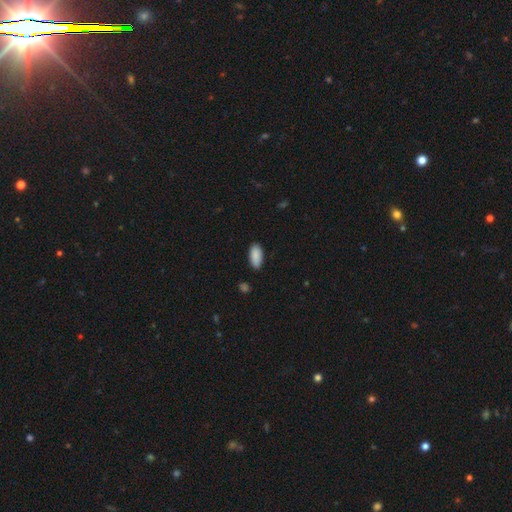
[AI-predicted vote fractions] smooth 90%, star or artifact 6%, featured or disk 4%. Down the decision tree: how rounded — in between (90%); merging — none (86%).